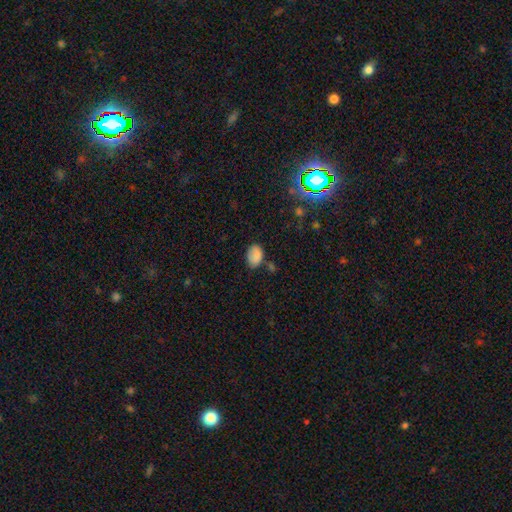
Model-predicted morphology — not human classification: This appears to be a smooth galaxy with no disk features (85%) that is in between round and cigar-shaped (84%). Merging: none (66%).